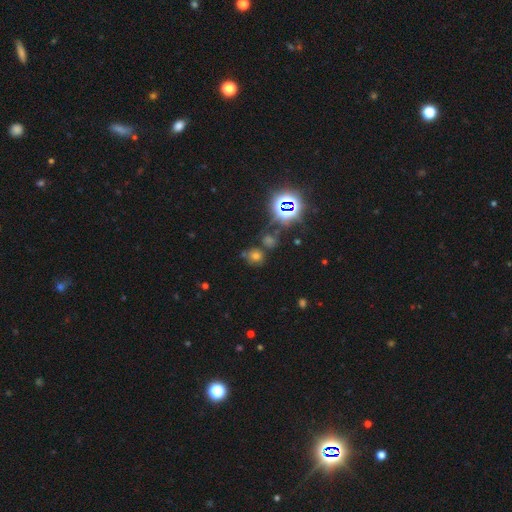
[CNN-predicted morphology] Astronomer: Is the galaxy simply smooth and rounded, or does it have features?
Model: smooth — 50% (runner-up: star or artifact, 40%).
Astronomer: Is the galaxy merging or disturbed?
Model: none — 66%.